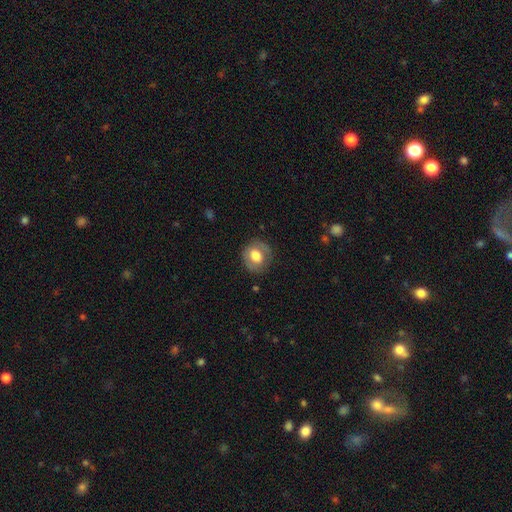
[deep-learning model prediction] smooth-or-featured: smooth: 65% | featured or disk: 27% | star or artifact: 8%
  how-rounded: round: 72% | in between: 27% | cigar-shaped: 1%
  merging: none: 81% | minor disturbance: 13% | major disturbance: 5% | merger: 1%